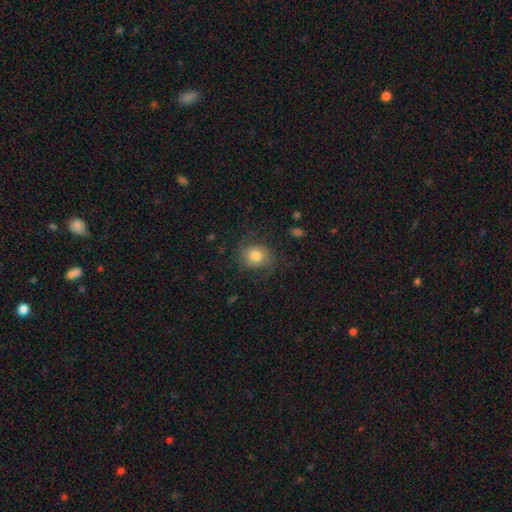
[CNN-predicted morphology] smooth_or_featured: smooth (p=0.56) [alt: featured or disk p=0.34]
how_rounded: round (p=0.71) [alt: in between p=0.28]
merging: none (p=0.67) [alt: minor disturbance p=0.18]